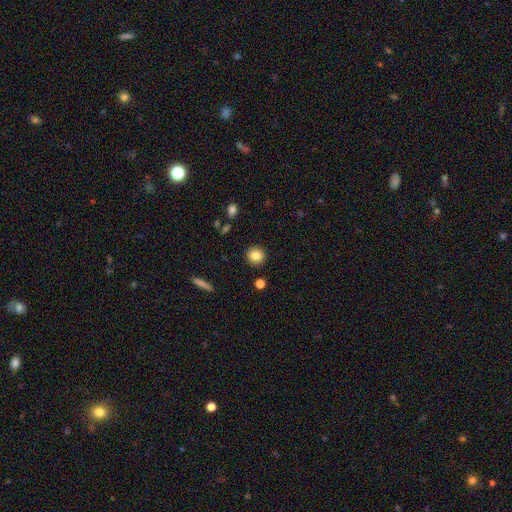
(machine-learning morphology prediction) A smooth galaxy with no disk features (83%) that is round (91%).

Vote fractions:
- Smooth or featured? smooth: 83% / star or artifact: 9% / featured or disk: 8%
- How rounded? round: 91% / in between: 8% / cigar-shaped: 1%
- Merging? none: 91% / minor disturbance: 6% / major disturbance: 2% / merger: 2%